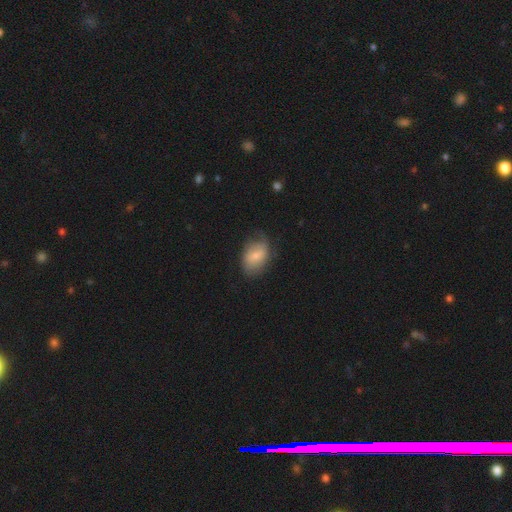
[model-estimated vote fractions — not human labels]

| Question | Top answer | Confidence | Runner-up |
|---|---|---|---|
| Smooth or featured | smooth | 63% | featured or disk (30%) |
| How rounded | in between | 81% | round (18%) |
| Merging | none | 58% | minor disturbance (29%) |